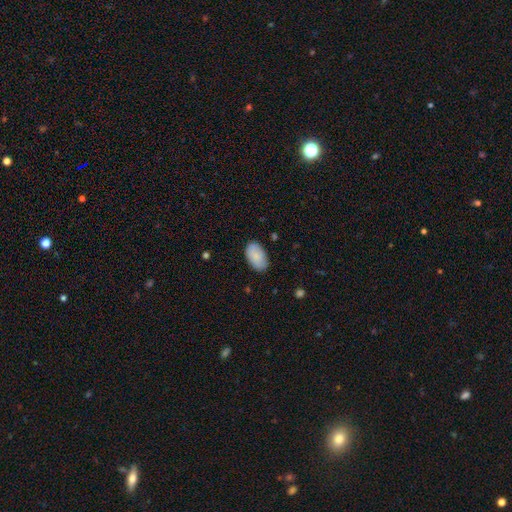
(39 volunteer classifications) smooth-or-featured: smooth: 85% | featured or disk: 13% | star or artifact: 3%
  how-rounded: in between: 94% | round: 3% | cigar-shaped: 3%
  merging: none: 82% | minor disturbance: 13% | major disturbance: 5% | merger: 0%